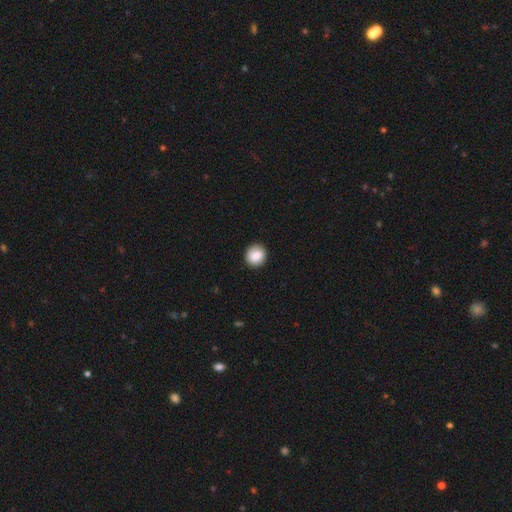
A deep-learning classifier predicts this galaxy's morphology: Smooth or featured?
  - smooth: 87% *
  - star or artifact: 8%
  - featured or disk: 5%
How rounded?
  - round: 88% *
  - in between: 11%
  - cigar-shaped: 1%
Merging?
  - none: 90% *
  - minor disturbance: 7%
  - major disturbance: 2%
  - merger: 1%